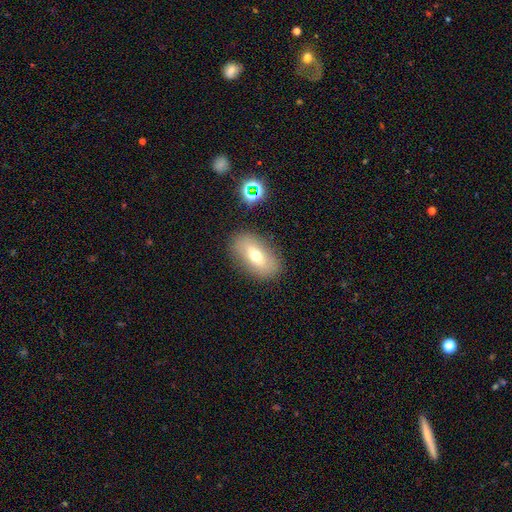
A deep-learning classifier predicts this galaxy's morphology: Smooth or featured? smooth (62%)
How rounded? in between (88%)
Merging? none (84%)